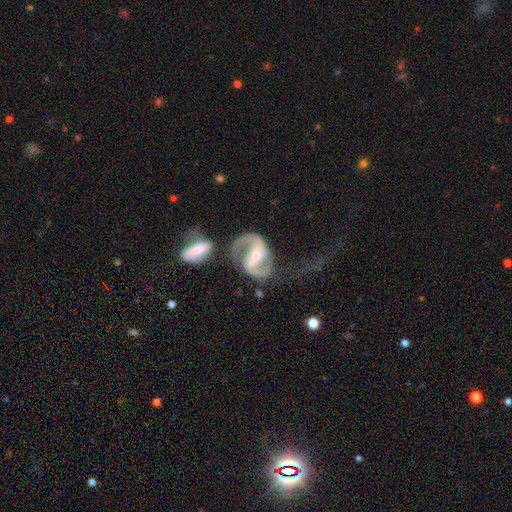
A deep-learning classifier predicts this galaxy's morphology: Q: Smooth or featured?
A: featured or disk (91%); runner-up: smooth (4%)
Q: Edge-on disk?
A: no (97%); runner-up: yes (3%)
Q: Bar?
A: strong (46%); runner-up: weak (36%)
Q: Spiral arms?
A: yes (97%); runner-up: no (3%)
Q: Spiral winding?
A: medium (52%); runner-up: loose (32%)
Q: Spiral arm count?
A: 2 (92%); runner-up: 1 (3%)
Q: Bulge size?
A: small (48%); runner-up: moderate (45%)
Q: Merging?
A: none (45%); runner-up: major disturbance (20%)